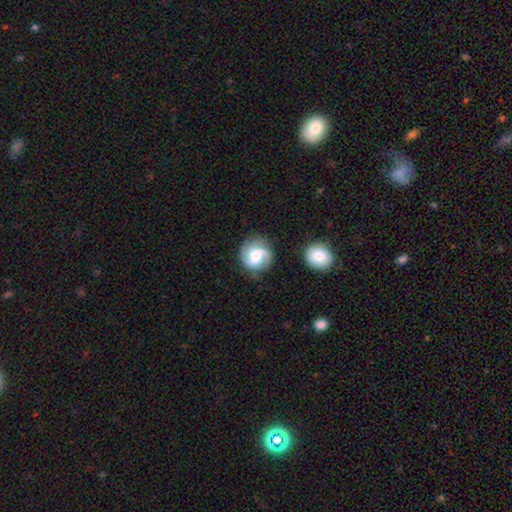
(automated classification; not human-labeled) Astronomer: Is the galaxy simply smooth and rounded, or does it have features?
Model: featured or disk — 66%.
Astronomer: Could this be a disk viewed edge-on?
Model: no — 98%.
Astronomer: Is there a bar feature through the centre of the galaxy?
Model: no — 54% (runner-up: weak, 37%).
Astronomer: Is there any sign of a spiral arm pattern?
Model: yes — 94%.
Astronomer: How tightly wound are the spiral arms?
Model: medium — 46% (runner-up: tight, 31%).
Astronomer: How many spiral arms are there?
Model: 2 — 49% (runner-up: 3, 30%).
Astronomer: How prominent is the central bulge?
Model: moderate — 57%.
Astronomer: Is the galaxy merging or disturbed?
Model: none — 74%.